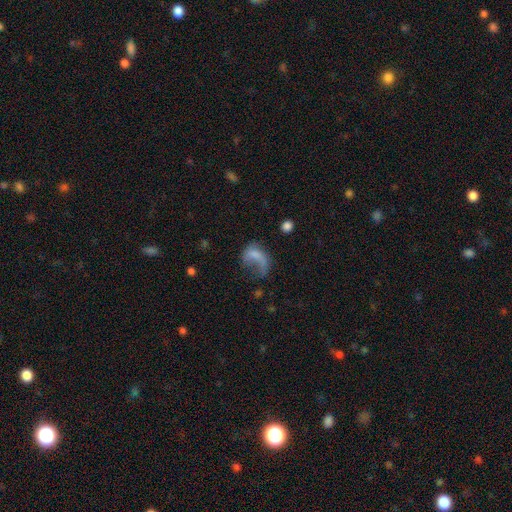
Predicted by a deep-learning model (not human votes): Morphology: type=smooth (50%); roundness=in between (75%); merging=major disturbance (58%).